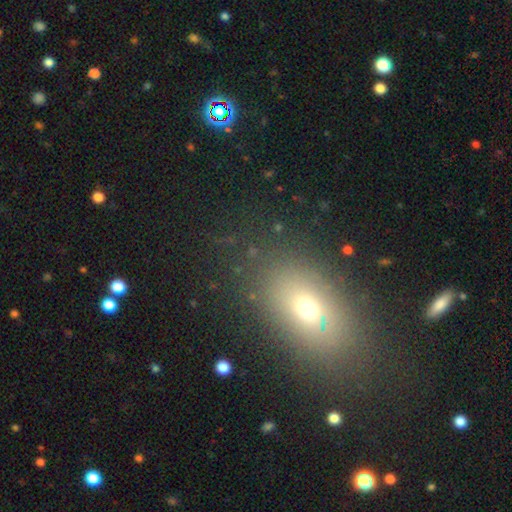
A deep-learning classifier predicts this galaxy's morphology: Smooth or featured? Predicted: smooth (p=0.61). How rounded? Predicted: in between (p=0.74). Merging? Predicted: none (p=0.82).